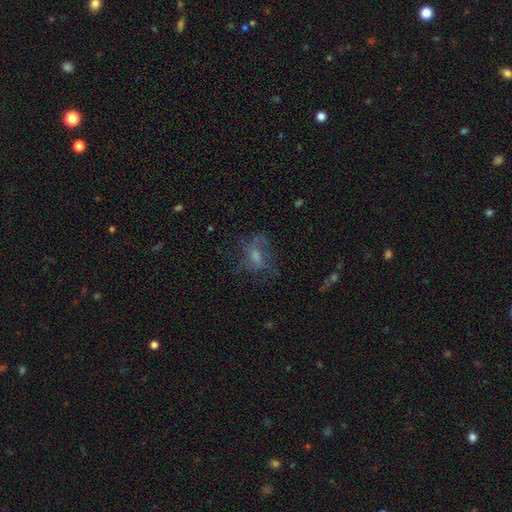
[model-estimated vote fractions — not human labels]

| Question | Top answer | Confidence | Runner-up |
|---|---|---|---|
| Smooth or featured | featured or disk | 46% | smooth (36%) |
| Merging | none | 47% | major disturbance (31%) |